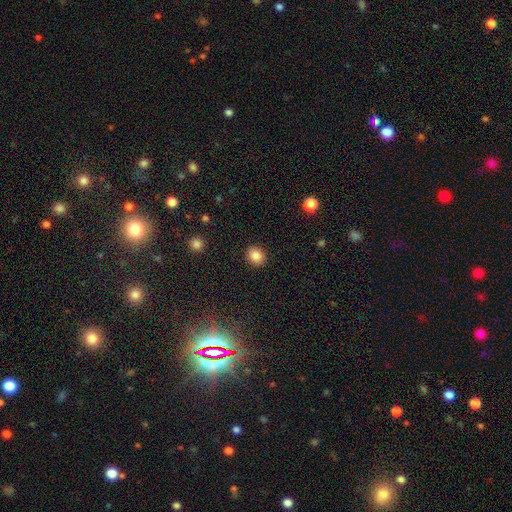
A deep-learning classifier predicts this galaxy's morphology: smooth 86%, star or artifact 10%, featured or disk 4%. Down the decision tree: how rounded — round (68%); merging — none (90%).